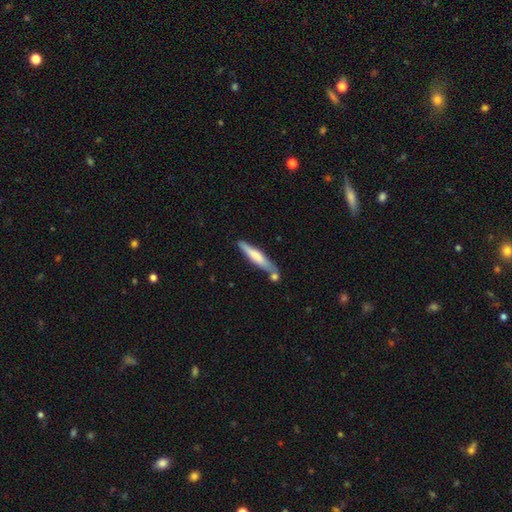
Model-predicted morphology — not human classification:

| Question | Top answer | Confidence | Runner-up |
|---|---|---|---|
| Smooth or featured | smooth | 59% | featured or disk (35%) |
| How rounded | cigar-shaped | 90% | in between (9%) |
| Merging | none | 62% | merger (18%) |